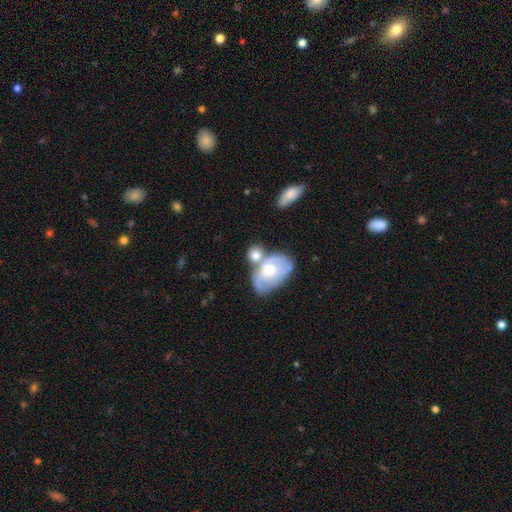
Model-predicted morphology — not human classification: A smooth galaxy with no disk features (55%) that is in between round and cigar-shaped (62%).

Vote fractions:
- Smooth or featured? smooth: 55% / featured or disk: 38% / star or artifact: 7%
- How rounded? in between: 62% / round: 36% / cigar-shaped: 2%
- Merging? merger: 46% / none: 32% / minor disturbance: 14% / major disturbance: 7%